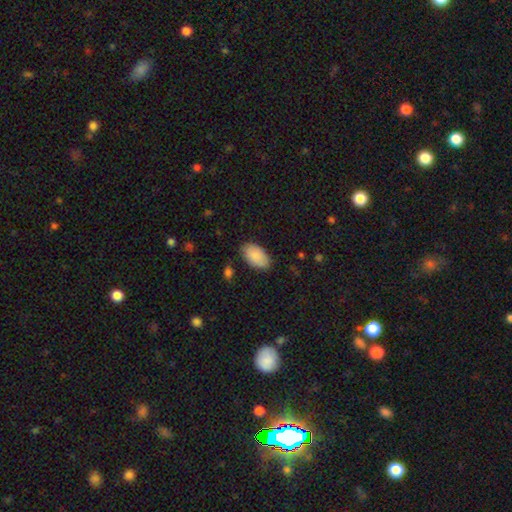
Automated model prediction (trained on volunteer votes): Morphology: type=smooth (87%); roundness=in between (95%); merging=none (80%).